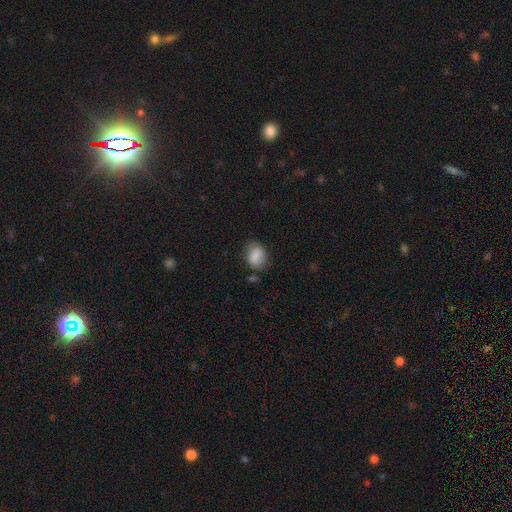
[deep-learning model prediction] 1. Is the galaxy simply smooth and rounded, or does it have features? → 82% smooth, 10% featured or disk, 8% star or artifact.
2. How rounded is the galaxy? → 67% in between, 32% round, 1% cigar-shaped.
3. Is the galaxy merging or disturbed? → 69% none, 21% minor disturbance, 6% major disturbance, 4% merger.